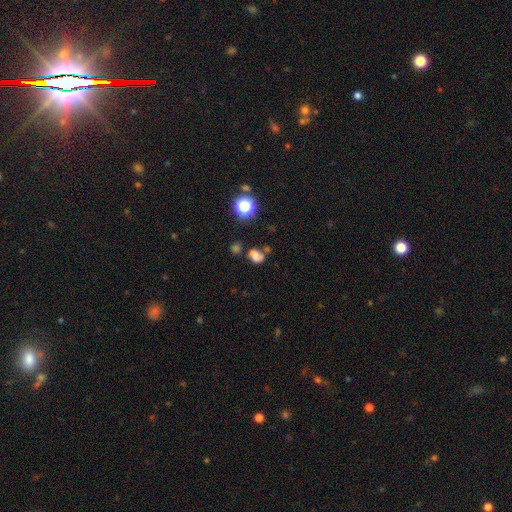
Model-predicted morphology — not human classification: The model was most divided on "how rounded": in between: 57%, round: 41%, cigar-shaped: 1%. Remaining: smooth or featured — smooth (63%); merging — none (43%).